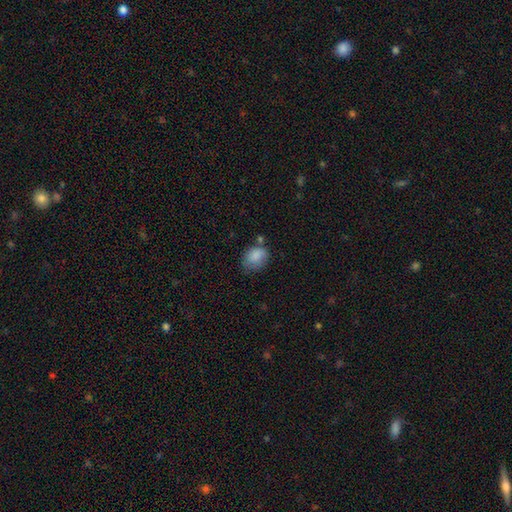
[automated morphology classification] Overall: smooth (84%). How rounded: in between (56%; round 43%). Merging: none (53%; minor disturbance 30%).